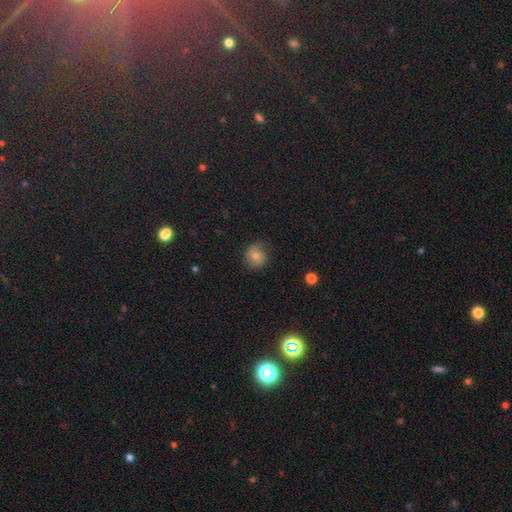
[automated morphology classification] Smooth or featured: smooth — 74% (featured or disk — 16%)
How rounded: round — 80% (in between — 19%)
Merging: none — 74% (minor disturbance — 20%)